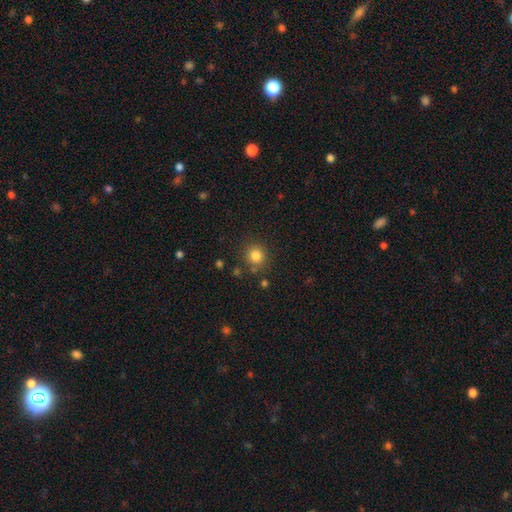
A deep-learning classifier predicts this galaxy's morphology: This is clearly a smooth galaxy (83%). How rounded: clearly round (89%). Merging: clearly none (82%).